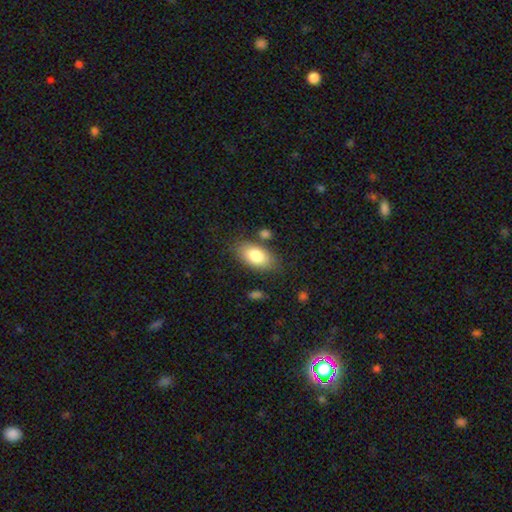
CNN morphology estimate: smooth-or-featured: smooth: 81% | featured or disk: 13% | star or artifact: 7%
  how-rounded: in between: 93% | round: 4% | cigar-shaped: 3%
  merging: none: 78% | minor disturbance: 13% | merger: 5% | major disturbance: 4%